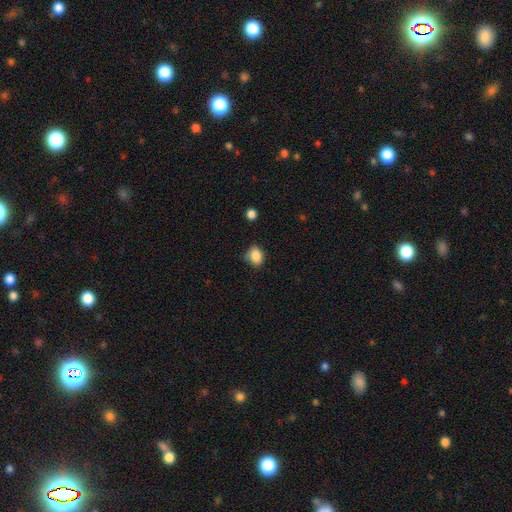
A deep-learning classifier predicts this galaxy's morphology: This appears to be a smooth galaxy with no disk features (85%) that is in between round and cigar-shaped (57%). Merging: none (63%).